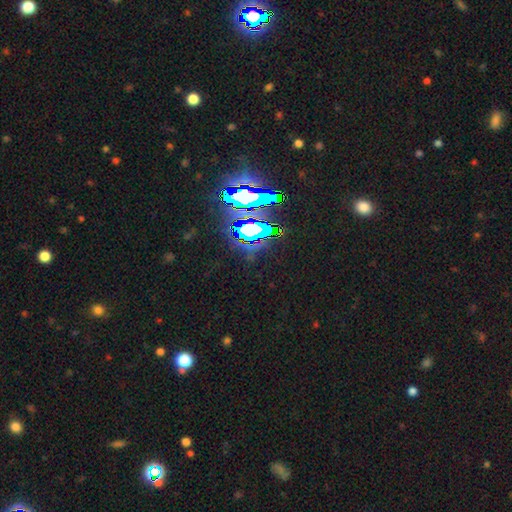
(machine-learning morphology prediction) A star or artifact, not a galaxy (82%).